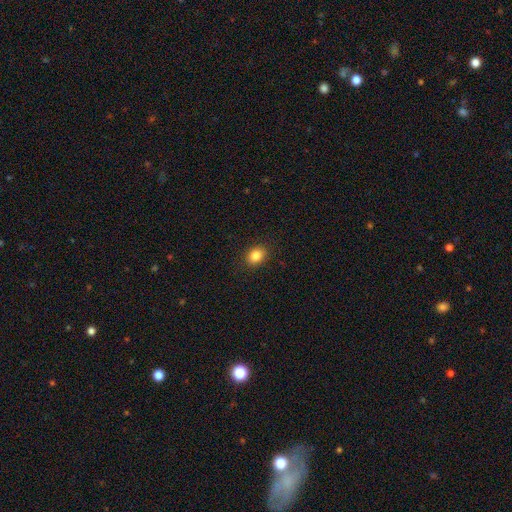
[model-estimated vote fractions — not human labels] smooth-or-featured: smooth: 85% | star or artifact: 10% | featured or disk: 5%
  how-rounded: in between: 57% | round: 42% | cigar-shaped: 1%
  merging: none: 89% | minor disturbance: 8% | major disturbance: 2% | merger: 1%